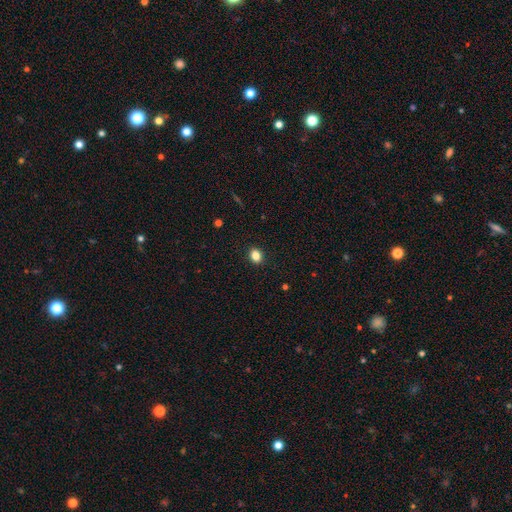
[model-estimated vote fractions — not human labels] This appears to be a smooth galaxy with no disk features (84%) that is in between round and cigar-shaped (53%). Merging: none (91%).